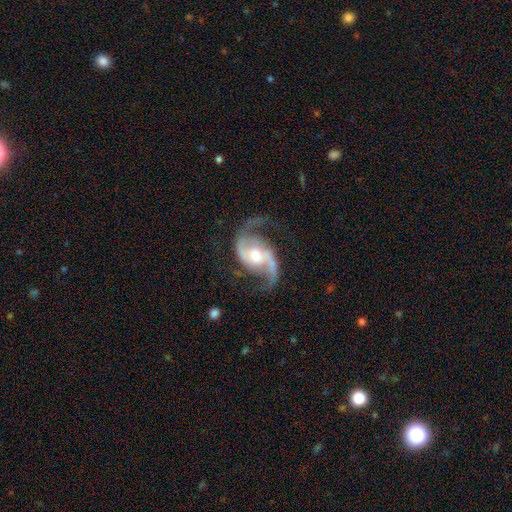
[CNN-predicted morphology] Smooth or featured? Predicted: featured or disk (p=0.93). Edge-on disk? Predicted: no (p=0.98). Bar? Predicted: no (p=0.43). Spiral arms? Predicted: yes (p=0.98). Spiral winding? Predicted: medium (p=0.46). Spiral arm count? Predicted: 2 (p=0.94). Bulge size? Predicted: moderate (p=0.66). Merging? Predicted: none (p=0.76).